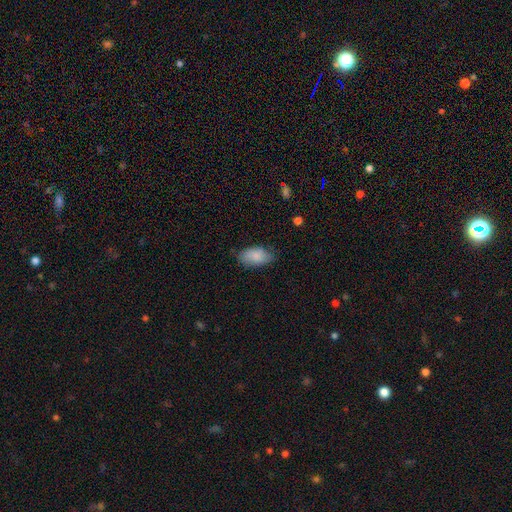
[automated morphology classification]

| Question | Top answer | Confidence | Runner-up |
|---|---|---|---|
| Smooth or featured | smooth | 87% | featured or disk (7%) |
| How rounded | in between | 94% | round (3%) |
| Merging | none | 73% | minor disturbance (22%) |